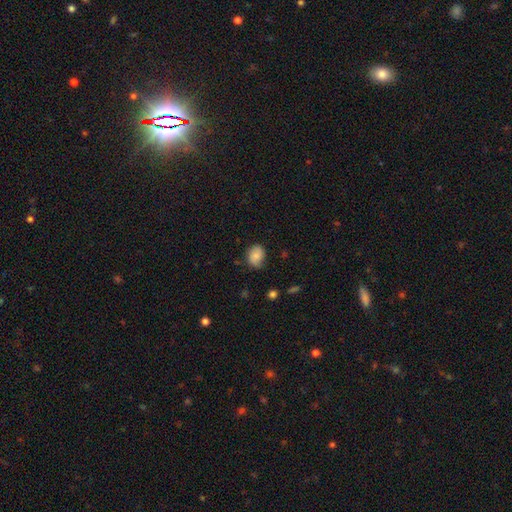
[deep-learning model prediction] Smooth or featured? Predicted: smooth (p=0.80). How rounded? Predicted: in between (p=0.60). Merging? Predicted: none (p=0.69).